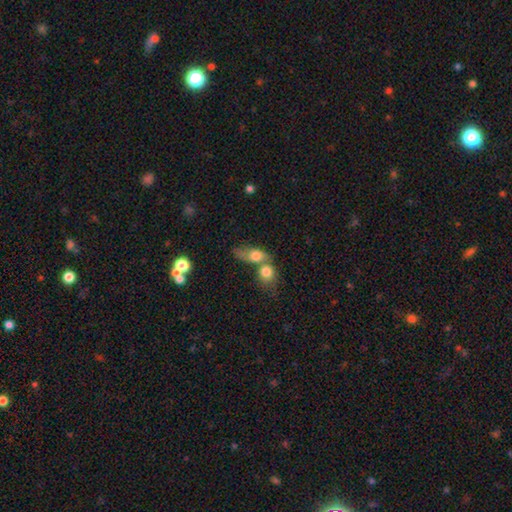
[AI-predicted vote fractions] This is likely a smooth galaxy (75%). How rounded: possibly in between (58%). Merging: likely merger (65%).